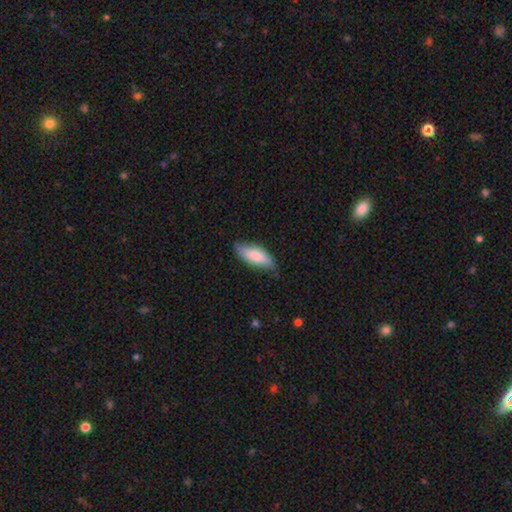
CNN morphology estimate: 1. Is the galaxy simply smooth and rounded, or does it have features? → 79% smooth, 16% featured or disk, 5% star or artifact.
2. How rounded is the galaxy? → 69% in between, 30% cigar-shaped, 2% round.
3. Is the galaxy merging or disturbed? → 69% none, 26% minor disturbance, 4% major disturbance, 1% merger.